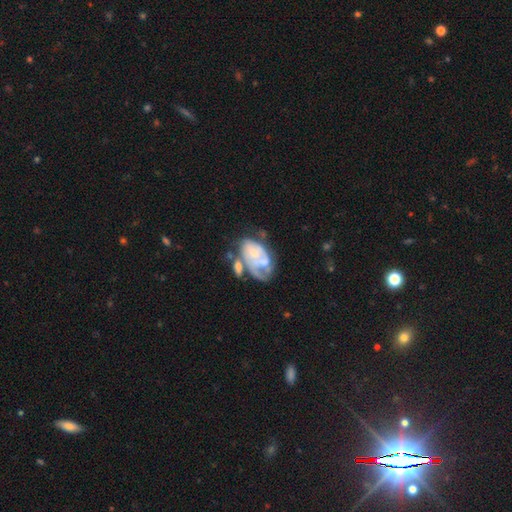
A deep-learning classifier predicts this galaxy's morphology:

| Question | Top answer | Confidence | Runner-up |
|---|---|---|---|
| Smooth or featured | featured or disk | 68% | smooth (25%) |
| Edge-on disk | no | 97% | yes (3%) |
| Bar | no | 80% | weak (16%) |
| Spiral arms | yes | 55% | no (45%) |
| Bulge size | small | 52% | moderate (36%) |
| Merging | merger | 30% | major disturbance (27%) |